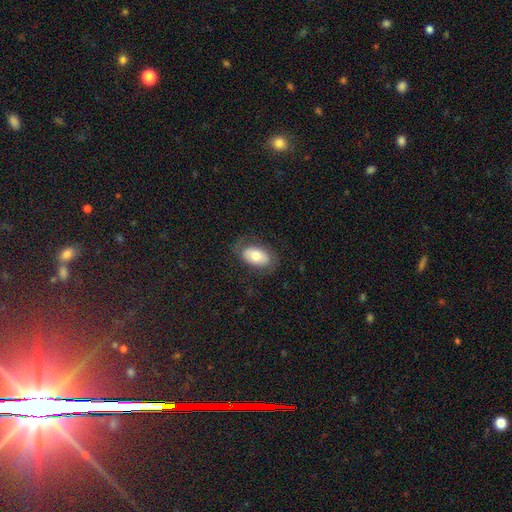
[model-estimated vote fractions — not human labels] Q: Smooth or featured?
A: smooth (67%); runner-up: featured or disk (26%)
Q: How rounded?
A: in between (91%); runner-up: round (7%)
Q: Merging?
A: none (74%); runner-up: minor disturbance (17%)